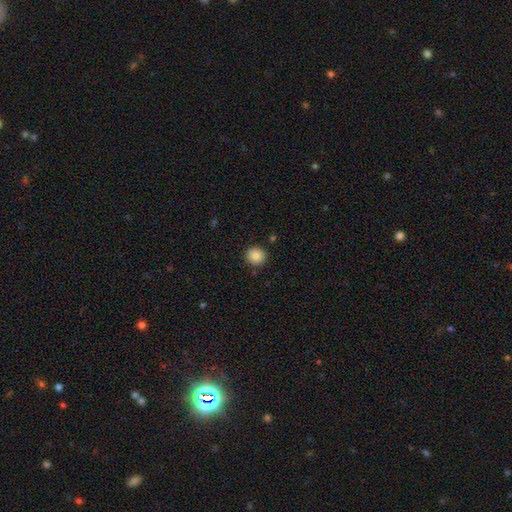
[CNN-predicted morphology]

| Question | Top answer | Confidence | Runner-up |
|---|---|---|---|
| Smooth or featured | smooth | 86% | star or artifact (9%) |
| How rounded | round | 93% | in between (6%) |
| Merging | none | 90% | minor disturbance (6%) |